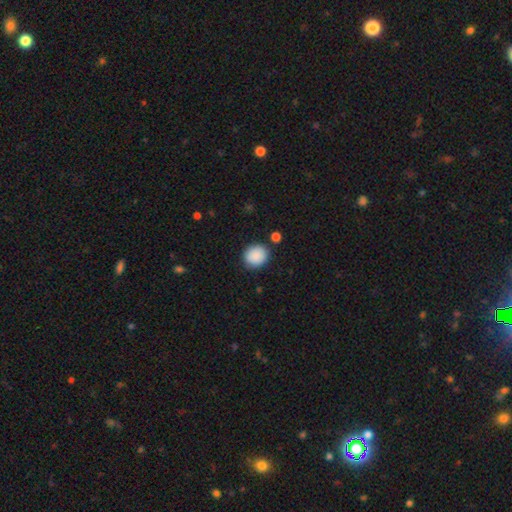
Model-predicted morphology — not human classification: type=smooth (89%); roundness=round (73%); merging=none (84%).